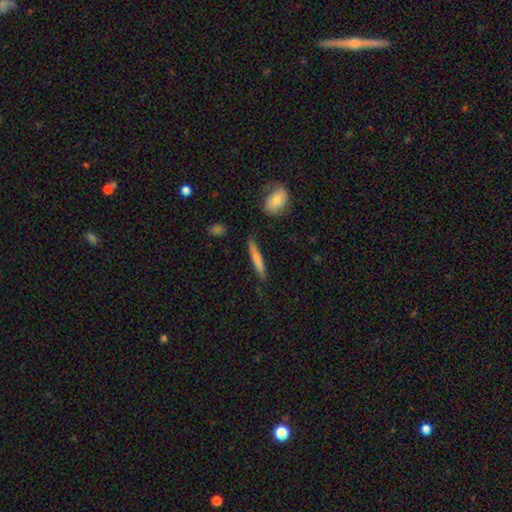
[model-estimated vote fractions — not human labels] Morphology: type=smooth (67%); roundness=cigar-shaped (93%); merging=none (83%).